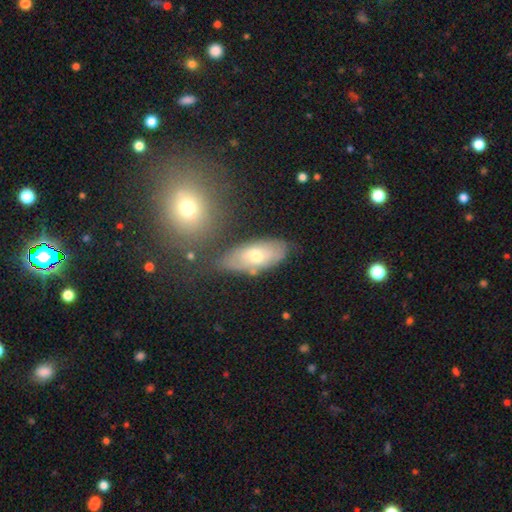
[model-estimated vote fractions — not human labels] A smooth galaxy with no disk features (48%). Merging: none (68%).